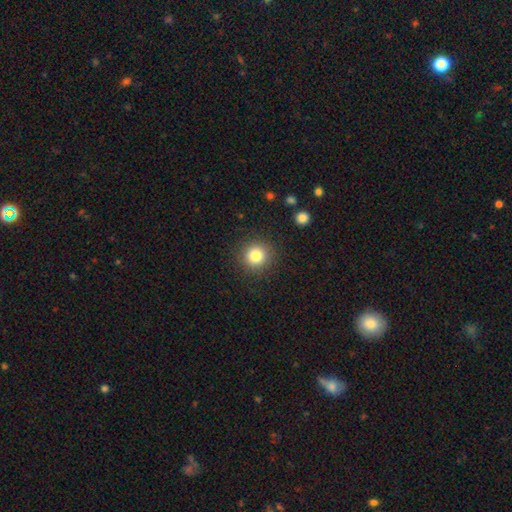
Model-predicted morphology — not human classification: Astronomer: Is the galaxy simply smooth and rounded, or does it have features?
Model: smooth — 81%.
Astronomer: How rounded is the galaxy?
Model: round — 93%.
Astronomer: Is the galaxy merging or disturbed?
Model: none — 89%.